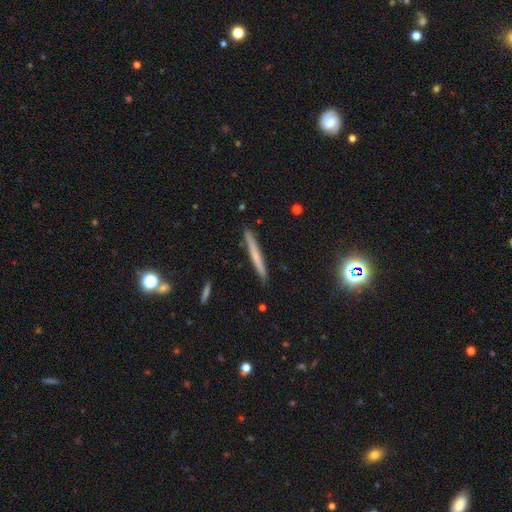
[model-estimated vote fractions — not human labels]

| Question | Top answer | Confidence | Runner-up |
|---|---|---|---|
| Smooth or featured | smooth | 52% | featured or disk (39%) |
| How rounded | cigar-shaped | 96% | in between (2%) |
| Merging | none | 90% | minor disturbance (7%) |